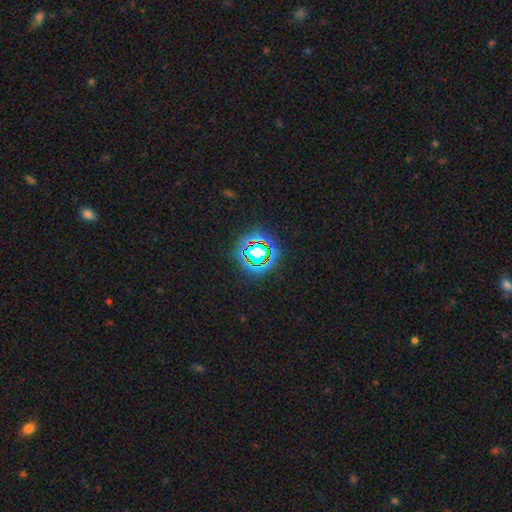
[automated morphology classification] A star or artifact, not a galaxy (69%).